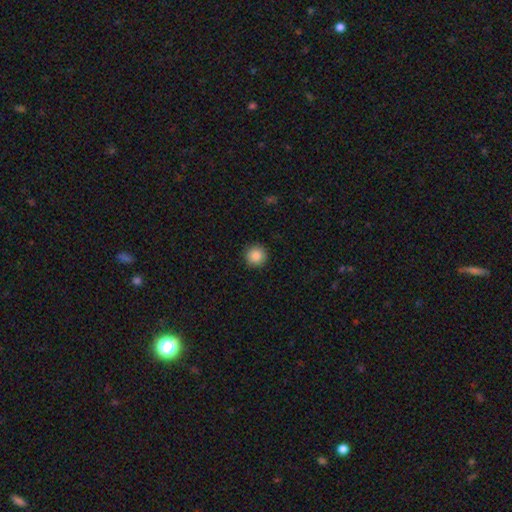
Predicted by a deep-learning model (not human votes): Smooth or featured?
  - smooth: 88% *
  - star or artifact: 9%
  - featured or disk: 3%
How rounded?
  - round: 95% *
  - in between: 4%
  - cigar-shaped: 1%
Merging?
  - none: 92% *
  - minor disturbance: 5%
  - major disturbance: 2%
  - merger: 1%